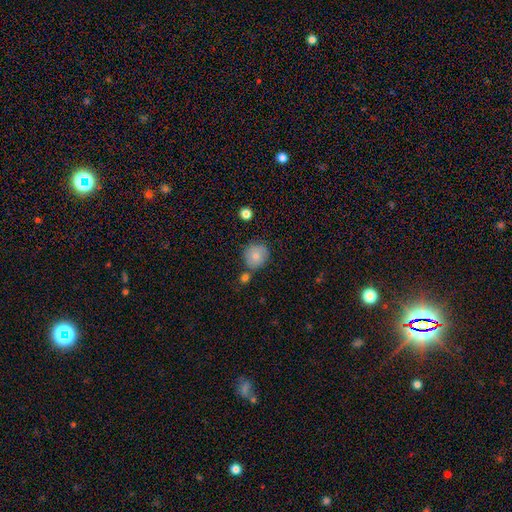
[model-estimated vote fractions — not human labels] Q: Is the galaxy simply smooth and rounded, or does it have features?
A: smooth — 79%.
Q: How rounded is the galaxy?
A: round — 85%.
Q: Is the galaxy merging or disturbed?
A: none — 68%.